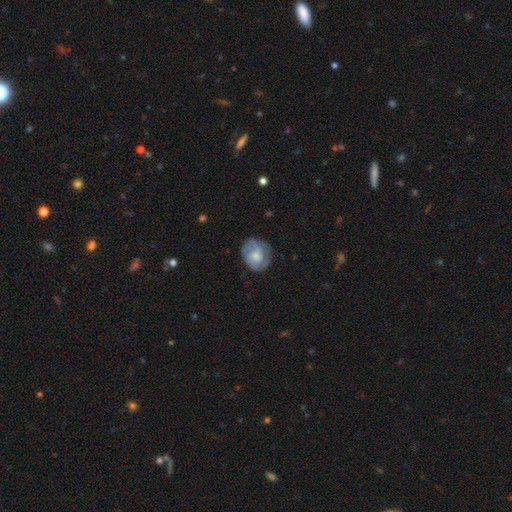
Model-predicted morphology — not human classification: smooth-or-featured: smooth: 48% | featured or disk: 45% | star or artifact: 7%
  merging: none: 66% | minor disturbance: 23% | major disturbance: 9% | merger: 1%